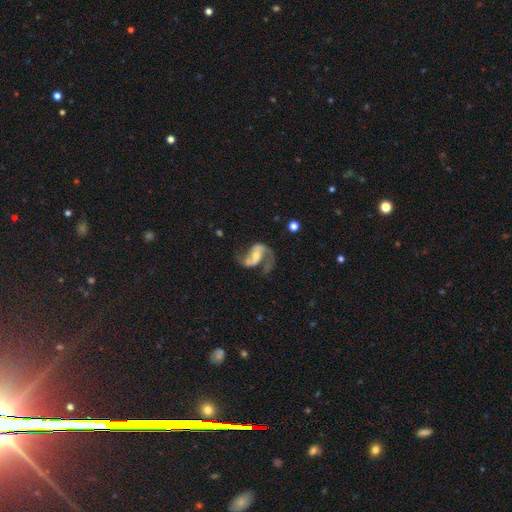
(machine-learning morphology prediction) Smooth or featured? featured or disk (87%)
Edge-on disk? no (98%)
Bar? weak (42%)
Spiral arms? yes (95%)
Spiral winding? loose (54%)
Spiral arm count? 2 (89%)
Bulge size? small (42%)
Merging? none (57%)